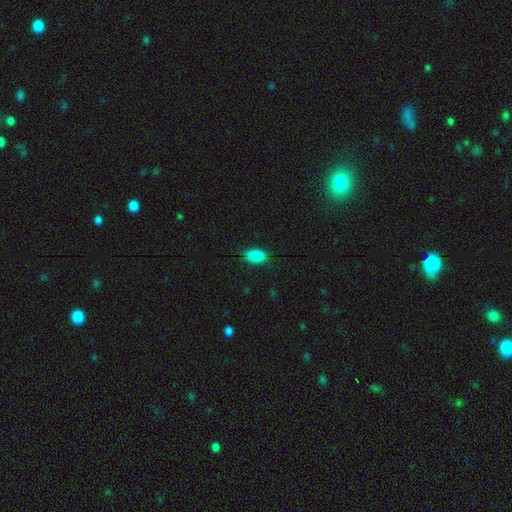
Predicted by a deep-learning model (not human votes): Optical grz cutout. It shows a smooth galaxy with no disk features (86%) that is in between round and cigar-shaped (85%). Merging: none (73%).